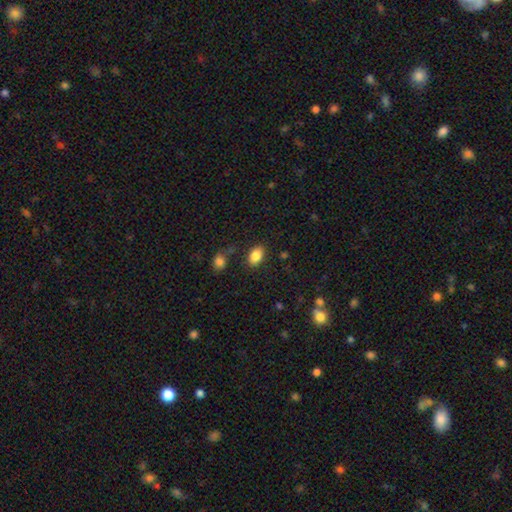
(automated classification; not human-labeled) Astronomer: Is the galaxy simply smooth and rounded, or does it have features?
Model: smooth — 85%.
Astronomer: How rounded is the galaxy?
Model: in between — 87%.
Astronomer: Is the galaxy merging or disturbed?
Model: none — 82%.